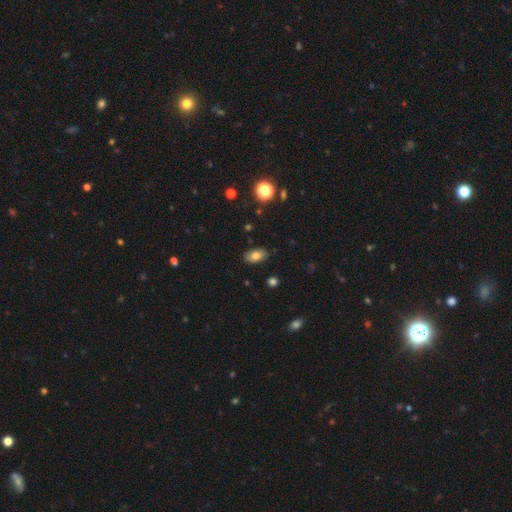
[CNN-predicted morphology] The model was most divided on "smooth or featured": smooth: 79%, featured or disk: 11%, star or artifact: 10%. More confident: how rounded — in between (91%); merging — none (86%).